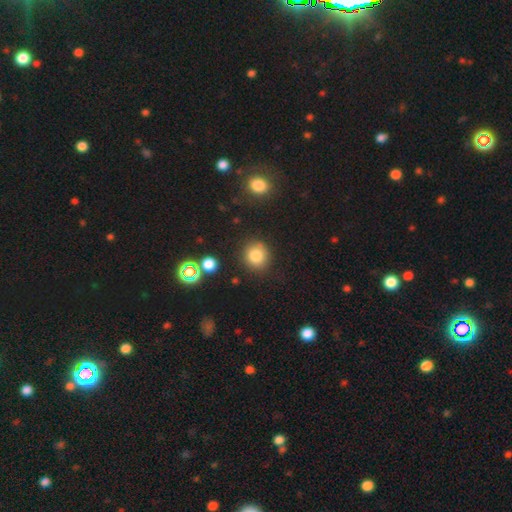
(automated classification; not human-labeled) Smooth or featured? smooth (81%)
How rounded? round (87%)
Merging? none (83%)